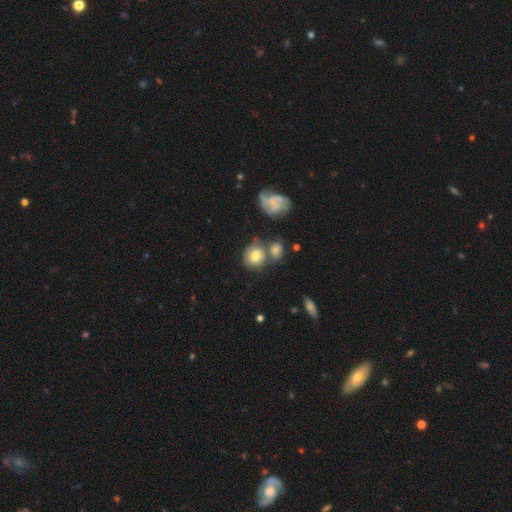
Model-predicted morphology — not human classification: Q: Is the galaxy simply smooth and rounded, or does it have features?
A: smooth — 66%.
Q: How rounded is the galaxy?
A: round — 75%.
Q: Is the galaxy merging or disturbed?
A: none — 53%.